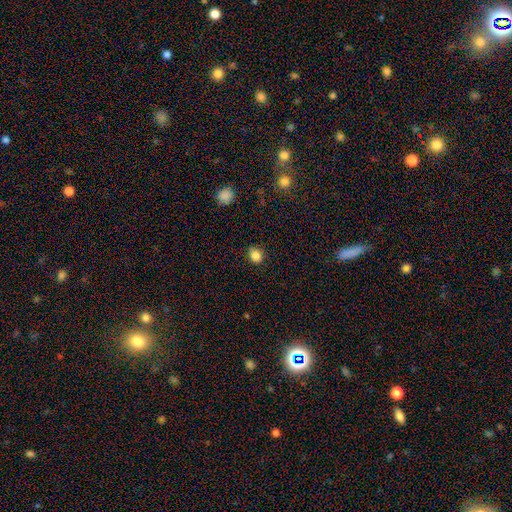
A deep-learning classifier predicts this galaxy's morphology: Smooth or featured? smooth (84%)
How rounded? round (69%)
Merging? none (80%)